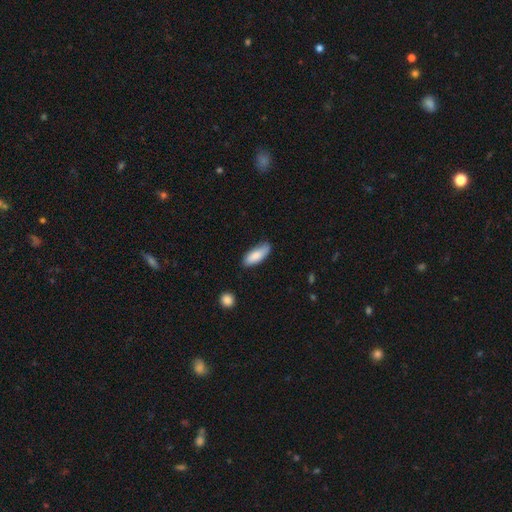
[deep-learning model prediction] Morphology: type=smooth (84%); roundness=in between (76%); merging=none (77%).